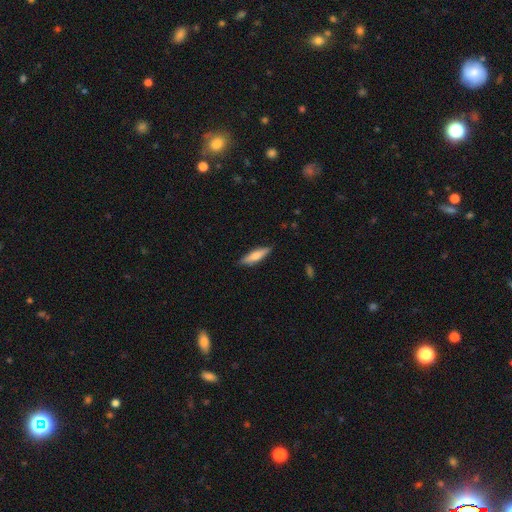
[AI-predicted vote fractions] A smooth galaxy with no disk features (68%) that is cigar-shaped (71%).

Vote fractions:
- Smooth or featured? smooth: 68% / featured or disk: 27% / star or artifact: 6%
- How rounded? cigar-shaped: 71% / in between: 28% / round: 2%
- Merging? none: 85% / minor disturbance: 11% / major disturbance: 2% / merger: 1%